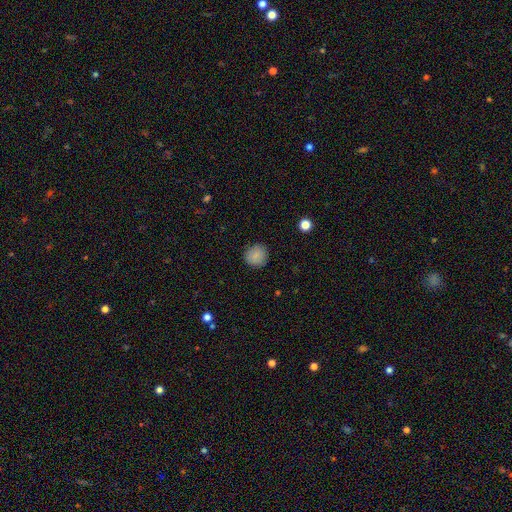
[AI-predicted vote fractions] Smooth or featured? smooth (86%)
How rounded? round (92%)
Merging? none (88%)